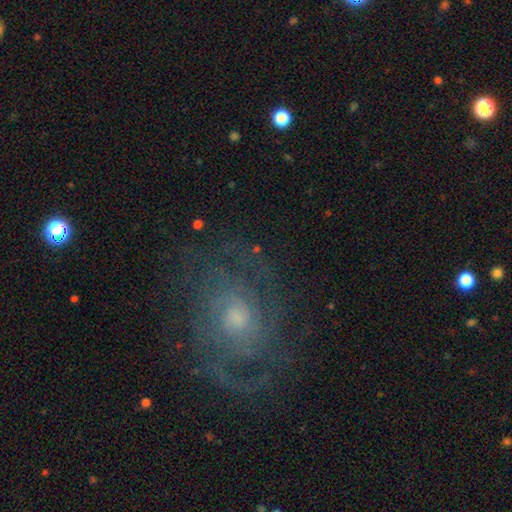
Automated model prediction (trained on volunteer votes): Smooth or featured? featured or disk (75%)
Edge-on disk? no (96%)
Bar? no (73%)
Spiral arms? yes (89%)
Spiral winding? tight (51%)
Spiral arm count? can't tell (38%)
Bulge size? moderate (48%)
Merging? none (76%)